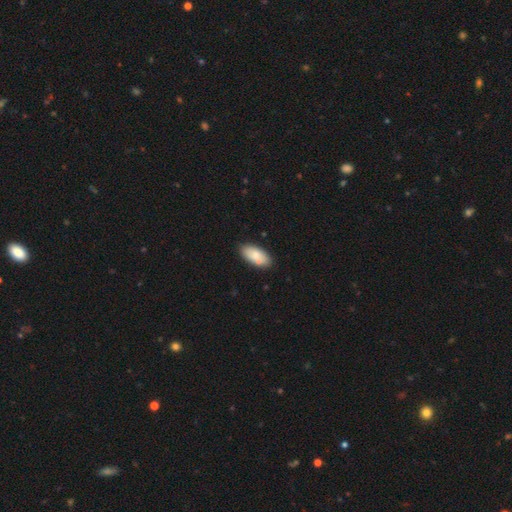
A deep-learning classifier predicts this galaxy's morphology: smooth 77%, featured or disk 16%, star or artifact 6%. Down the decision tree: how rounded — in between (91%); merging — none (78%).